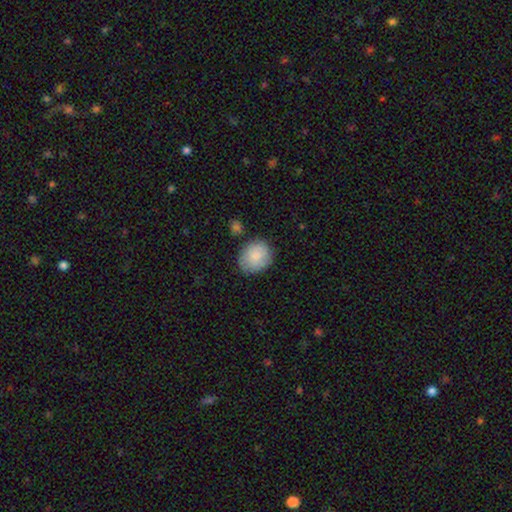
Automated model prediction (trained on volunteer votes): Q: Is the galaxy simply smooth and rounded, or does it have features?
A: smooth — 84%.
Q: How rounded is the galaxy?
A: round — 66%.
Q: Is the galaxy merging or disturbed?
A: none — 74%.